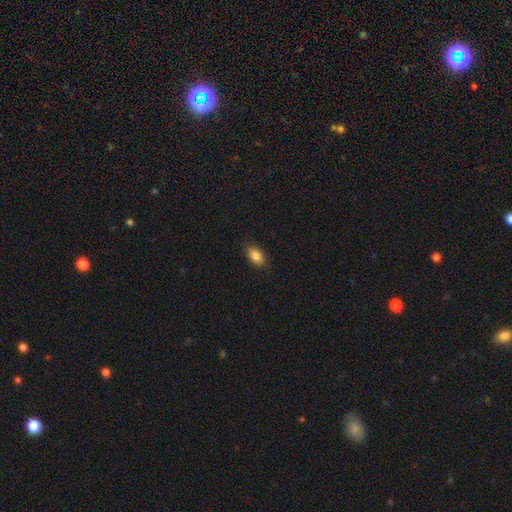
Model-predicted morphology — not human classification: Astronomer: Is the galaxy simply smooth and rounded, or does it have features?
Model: smooth — 87%.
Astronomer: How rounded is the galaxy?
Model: in between — 90%.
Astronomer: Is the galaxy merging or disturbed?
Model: none — 85%.